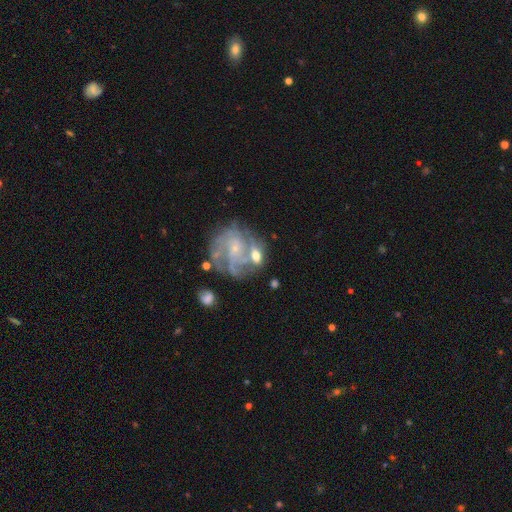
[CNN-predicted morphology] Q: Smooth or featured?
A: featured or disk (71%); runner-up: smooth (20%)
Q: Edge-on disk?
A: no (97%); runner-up: yes (3%)
Q: Bar?
A: no (68%); runner-up: weak (25%)
Q: Spiral arms?
A: yes (78%); runner-up: no (22%)
Q: Spiral winding?
A: tight (44%); runner-up: medium (39%)
Q: Spiral arm count?
A: can't tell (33%); runner-up: 3 (27%)
Q: Bulge size?
A: small (66%); runner-up: moderate (19%)
Q: Merging?
A: none (39%); runner-up: merger (28%)